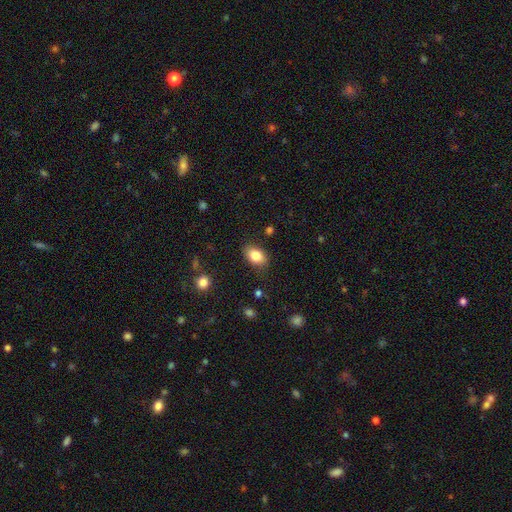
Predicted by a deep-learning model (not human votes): smooth-or-featured: smooth: 83% | featured or disk: 9% | star or artifact: 8%
  how-rounded: in between: 87% | round: 12% | cigar-shaped: 2%
  merging: none: 84% | minor disturbance: 12% | major disturbance: 3% | merger: 1%